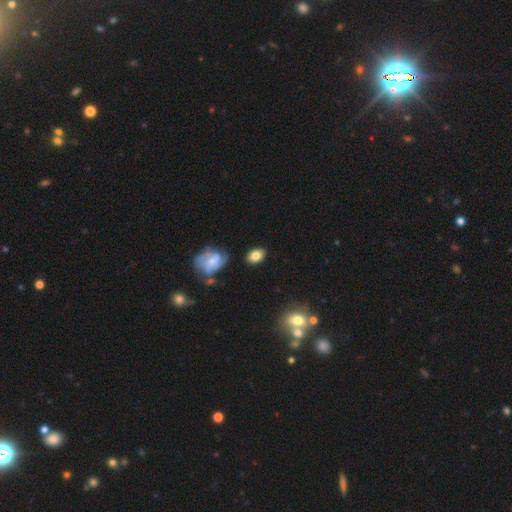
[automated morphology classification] smooth_or_featured: smooth (p=0.77) [alt: featured or disk p=0.15]
how_rounded: in between (p=0.78) [alt: round p=0.21]
merging: none (p=0.79) [alt: minor disturbance p=0.14]